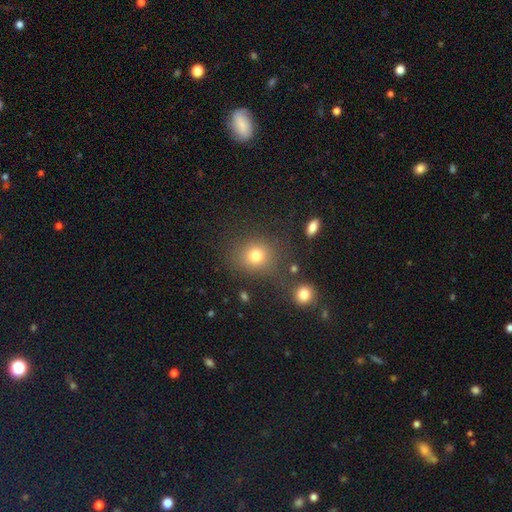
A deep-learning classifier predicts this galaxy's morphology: smooth-or-featured: smooth: 77% | star or artifact: 15% | featured or disk: 8%
  how-rounded: round: 77% | in between: 22% | cigar-shaped: 1%
  merging: none: 76% | minor disturbance: 12% | merger: 6% | major disturbance: 6%